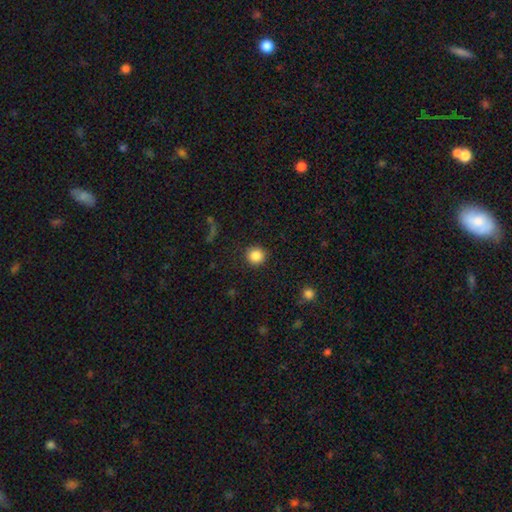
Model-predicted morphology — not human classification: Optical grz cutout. It shows a smooth galaxy with no disk features (87%) that is round (93%). Merging: none (91%).